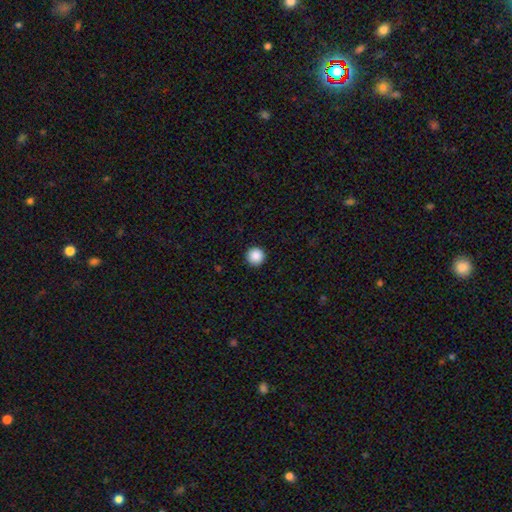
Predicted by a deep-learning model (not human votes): A smooth galaxy with no disk features (88%) that is round (97%). Merging: none (94%).